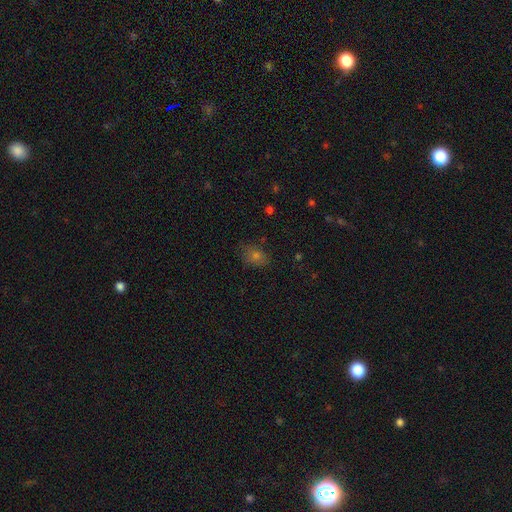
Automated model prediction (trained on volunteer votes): Smooth or featured: smooth — 70% (star or artifact — 20%)
How rounded: in between — 59% (round — 39%)
Merging: none — 78% (minor disturbance — 17%)